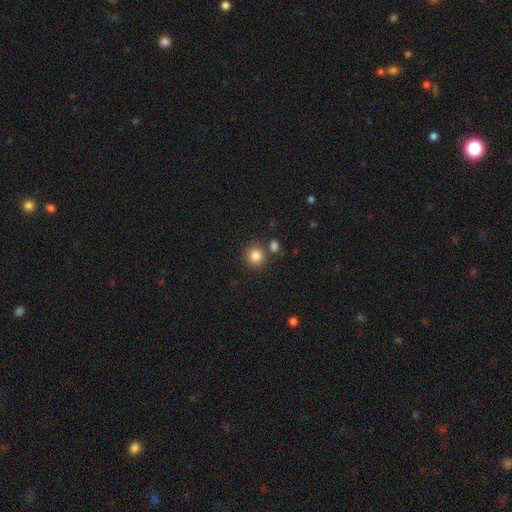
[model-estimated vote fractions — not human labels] Q: Smooth or featured?
A: smooth (84%); runner-up: star or artifact (10%)
Q: How rounded?
A: round (90%); runner-up: in between (9%)
Q: Merging?
A: none (76%); runner-up: merger (13%)